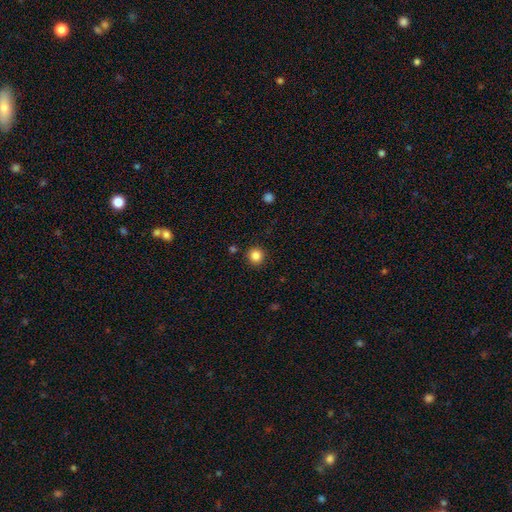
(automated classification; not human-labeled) Q: Smooth or featured?
A: smooth (85%); runner-up: star or artifact (11%)
Q: How rounded?
A: round (94%); runner-up: in between (5%)
Q: Merging?
A: none (90%); runner-up: minor disturbance (6%)